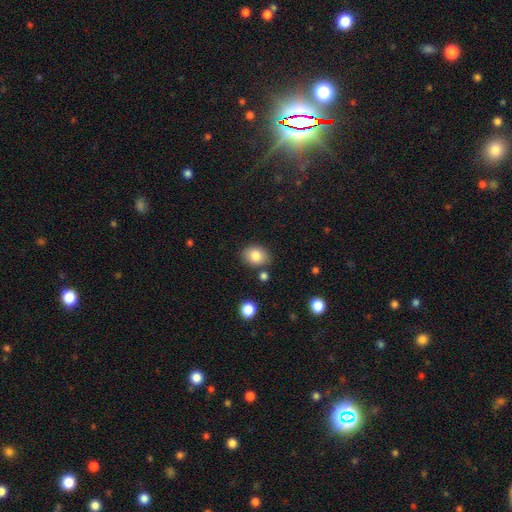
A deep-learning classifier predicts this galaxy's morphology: Smooth or featured? smooth (83%)
How rounded? in between (61%)
Merging? none (81%)